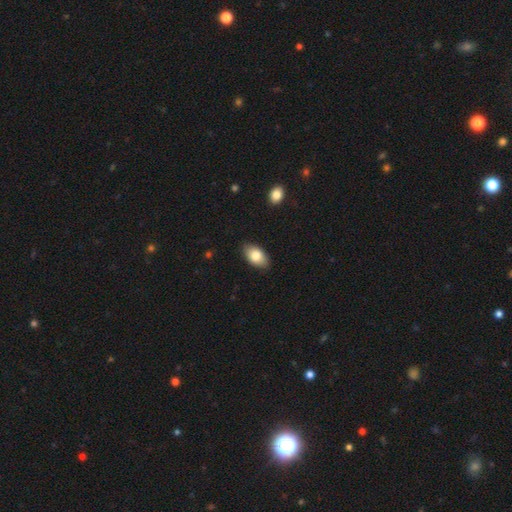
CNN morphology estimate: This appears to be a smooth galaxy with no disk features (82%) that is in between round and cigar-shaped (92%). Merging: none (86%).